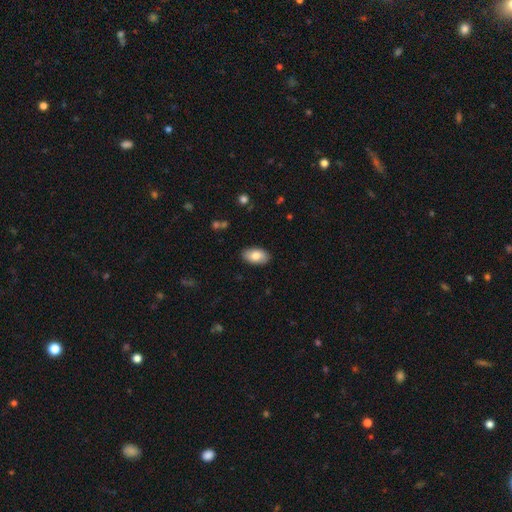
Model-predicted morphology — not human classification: Smooth or featured? smooth (80%)
How rounded? in between (94%)
Merging? none (88%)